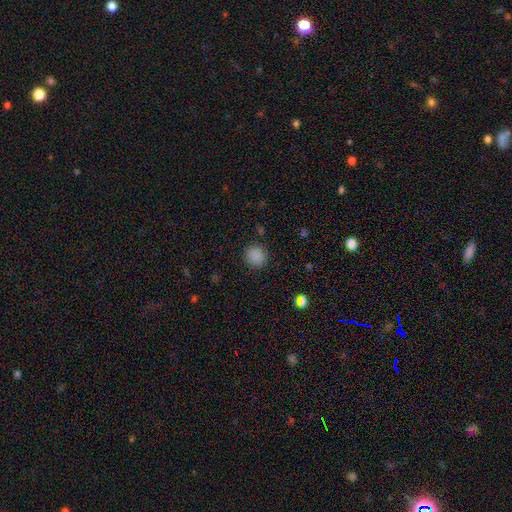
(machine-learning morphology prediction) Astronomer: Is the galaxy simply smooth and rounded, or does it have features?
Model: smooth — 85%.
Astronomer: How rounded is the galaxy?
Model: round — 87%.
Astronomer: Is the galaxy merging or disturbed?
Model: none — 88%.